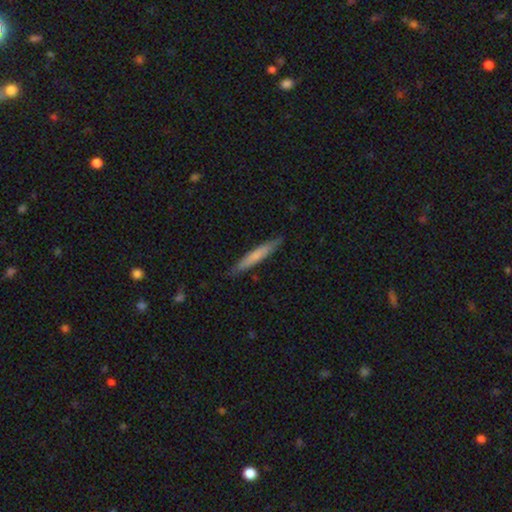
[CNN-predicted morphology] Smooth or featured?
  - smooth: 67% *
  - featured or disk: 28%
  - star or artifact: 5%
How rounded?
  - cigar-shaped: 95% *
  - in between: 4%
  - round: 1%
Merging?
  - none: 87% *
  - minor disturbance: 10%
  - major disturbance: 2%
  - merger: 1%